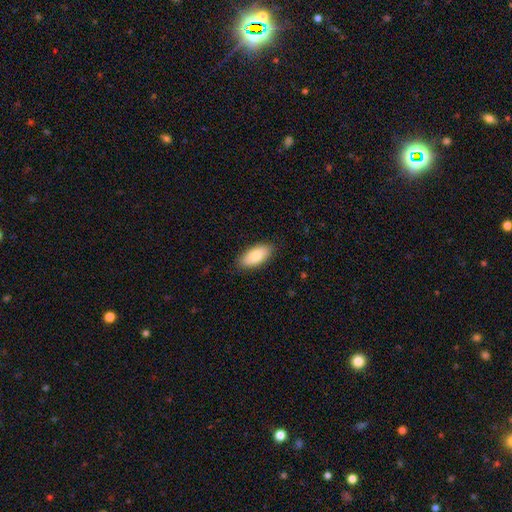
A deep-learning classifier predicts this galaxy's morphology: This appears to be a smooth galaxy with no disk features (78%) that is in between round and cigar-shaped (92%). Merging: none (86%).